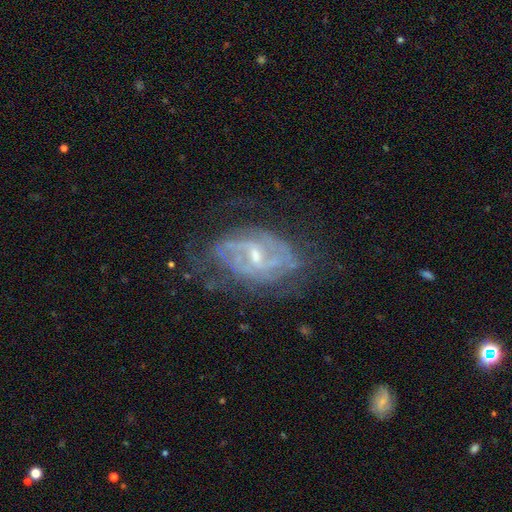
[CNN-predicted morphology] Smooth or featured? featured or disk (84%)
Edge-on disk? no (96%)
Bar? weak (53%)
Spiral arms? yes (86%)
Spiral winding? tight (47%)
Spiral arm count? 2 (43%)
Bulge size? small (57%)
Merging? none (62%)